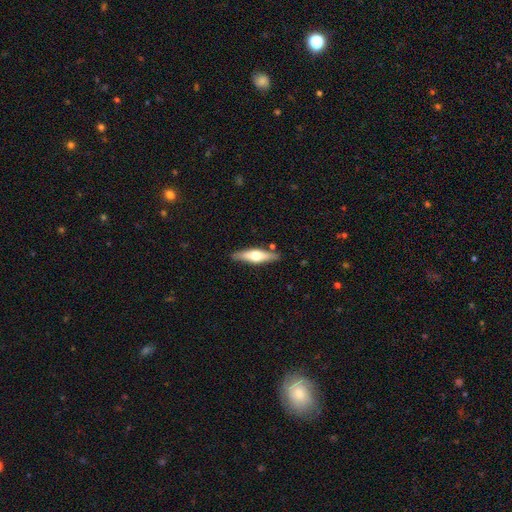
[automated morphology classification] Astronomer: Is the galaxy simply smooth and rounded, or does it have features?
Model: featured or disk — 54% (runner-up: smooth, 41%).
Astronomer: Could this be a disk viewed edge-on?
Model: yes — 93%.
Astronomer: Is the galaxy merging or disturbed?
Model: none — 85%.